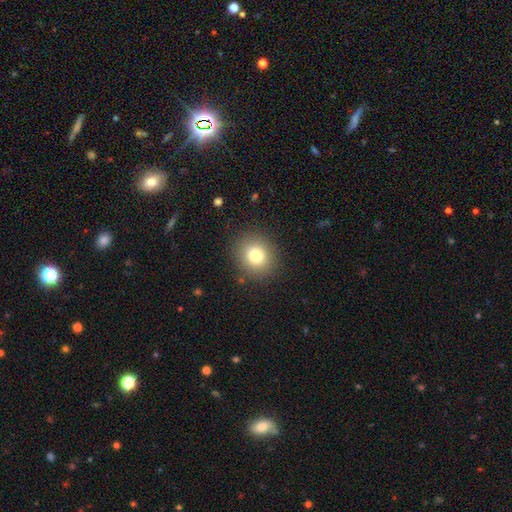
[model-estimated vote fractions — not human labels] smooth 78%, star or artifact 12%, featured or disk 9%. Down the decision tree: how rounded — round (82%); merging — none (88%).